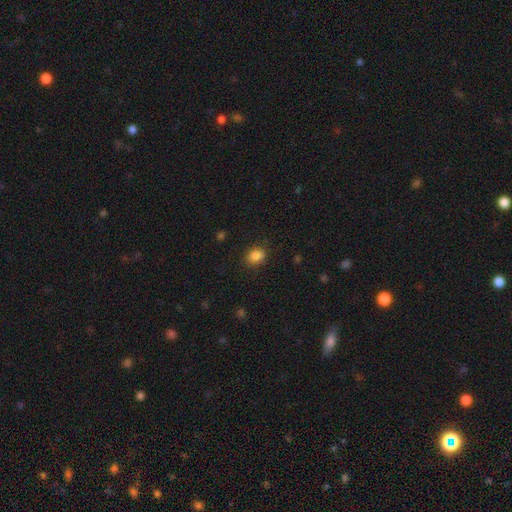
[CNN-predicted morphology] Smooth or featured? Predicted: smooth (p=0.86). How rounded? Predicted: in between (p=0.61). Merging? Predicted: none (p=0.83).